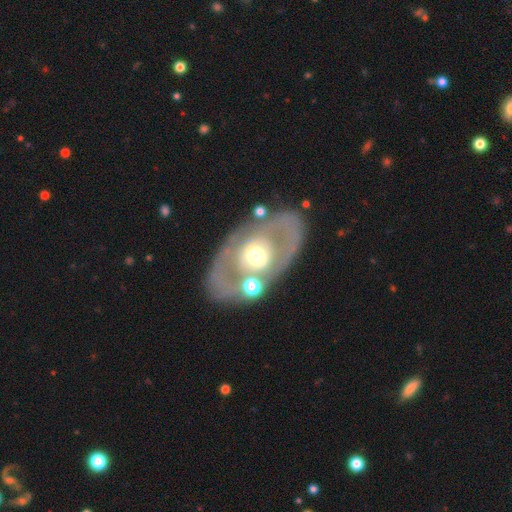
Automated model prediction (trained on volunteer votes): This is likely a featured or disk galaxy (70%). It is clearly not viewed edge-on (91%). Bar: likely no (77%). Spiral arm pattern: likely no (75%). Central bulge: likely moderate (67%). Merging: likely none (67%).